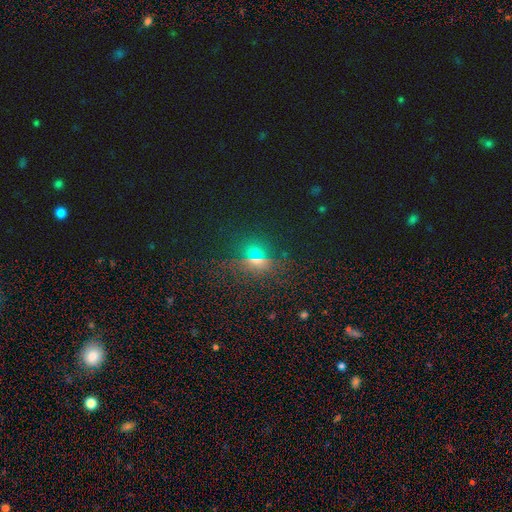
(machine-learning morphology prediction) Smooth or featured? smooth (47%)
Merging? none (78%)